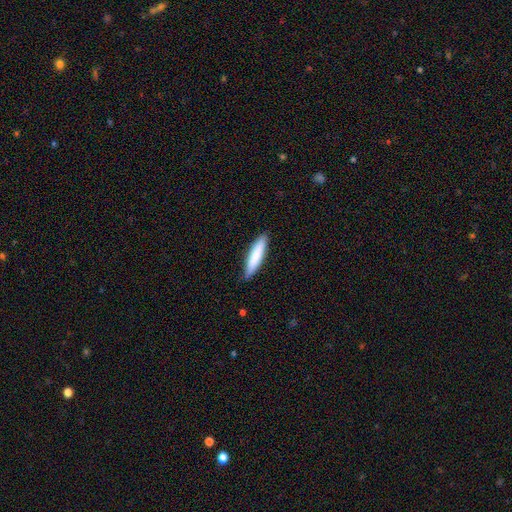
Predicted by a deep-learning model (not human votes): Smooth or featured? smooth (80%)
How rounded? cigar-shaped (78%)
Merging? none (83%)